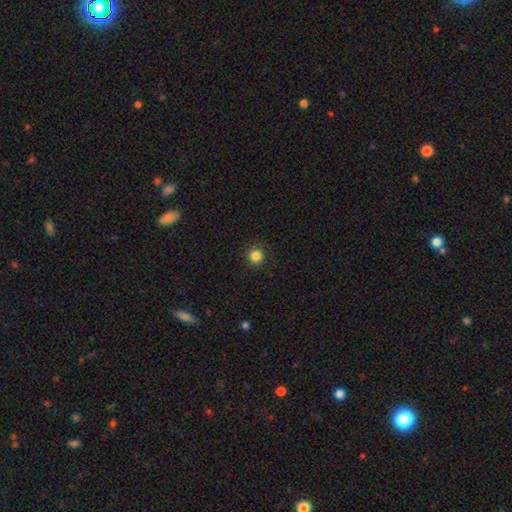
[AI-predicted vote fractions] Smooth or featured: smooth — 84% (star or artifact — 12%)
How rounded: round — 96% (in between — 3%)
Merging: none — 91% (minor disturbance — 6%)